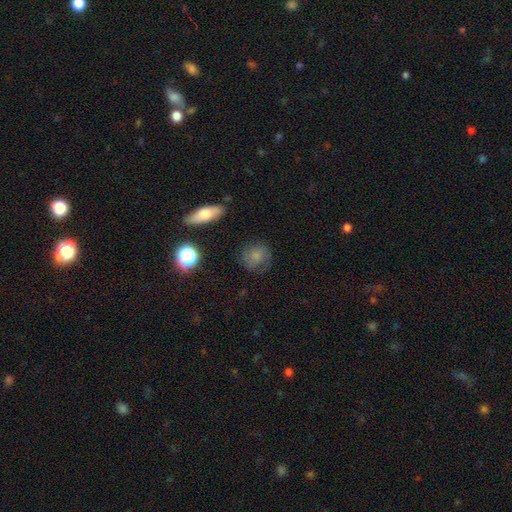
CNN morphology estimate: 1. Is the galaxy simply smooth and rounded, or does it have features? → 67% smooth, 19% featured or disk, 13% star or artifact.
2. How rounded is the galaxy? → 77% round, 21% in between, 2% cigar-shaped.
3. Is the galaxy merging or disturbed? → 67% none, 21% minor disturbance, 10% major disturbance, 2% merger.